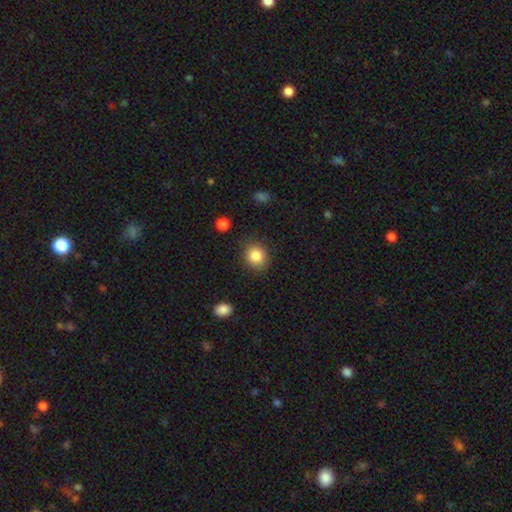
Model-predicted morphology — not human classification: Smooth or featured: smooth — 85% (star or artifact — 9%)
How rounded: round — 70% (in between — 29%)
Merging: none — 82% (minor disturbance — 13%)